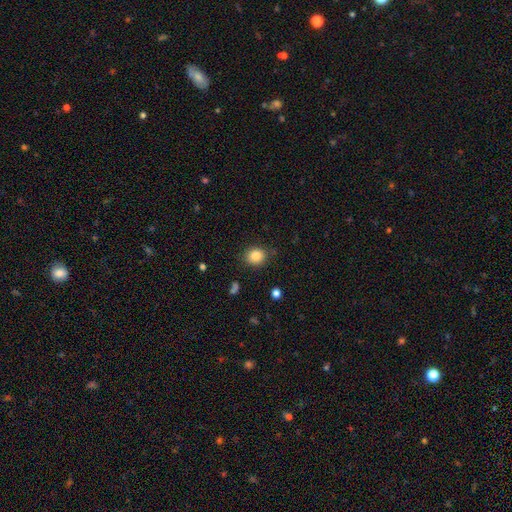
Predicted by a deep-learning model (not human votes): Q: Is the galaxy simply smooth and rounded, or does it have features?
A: smooth — 85%.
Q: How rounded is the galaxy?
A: round — 69%.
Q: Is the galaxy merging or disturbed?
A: none — 85%.